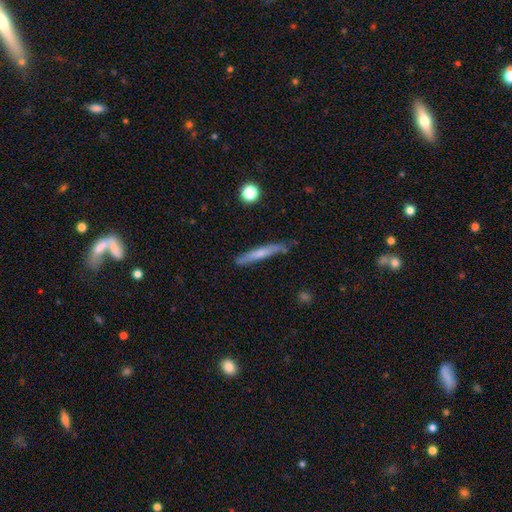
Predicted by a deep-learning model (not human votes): This appears to be a smooth galaxy with no disk features (47%). Merging: none (79%).